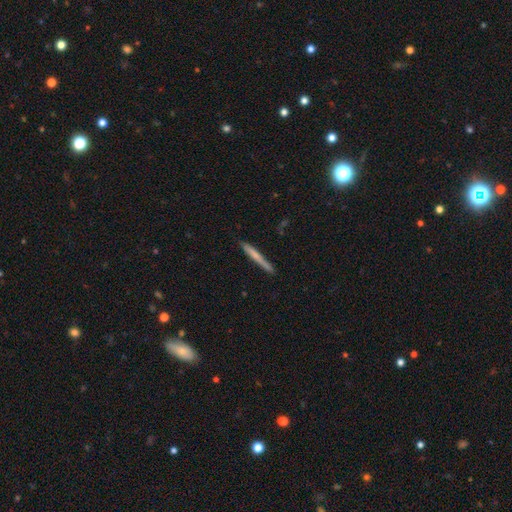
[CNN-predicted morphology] Q: Smooth or featured?
A: smooth (59%); runner-up: featured or disk (35%)
Q: How rounded?
A: cigar-shaped (97%); runner-up: in between (2%)
Q: Merging?
A: none (88%); runner-up: minor disturbance (9%)